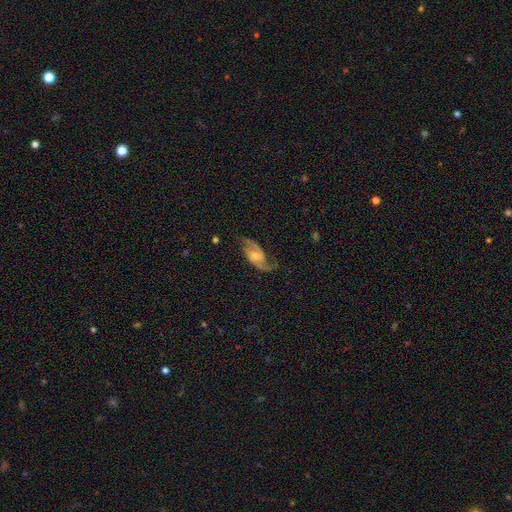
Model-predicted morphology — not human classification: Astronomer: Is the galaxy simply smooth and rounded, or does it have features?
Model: featured or disk — 85%.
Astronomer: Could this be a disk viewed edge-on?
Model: no — 96%.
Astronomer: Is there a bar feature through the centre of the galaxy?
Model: no — 55% (runner-up: weak, 36%).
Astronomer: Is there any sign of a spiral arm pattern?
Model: yes — 97%.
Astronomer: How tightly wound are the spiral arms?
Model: medium — 50% (runner-up: loose, 33%).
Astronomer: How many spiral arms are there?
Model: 2 — 91%.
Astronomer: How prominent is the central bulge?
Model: moderate — 51% (runner-up: small, 36%).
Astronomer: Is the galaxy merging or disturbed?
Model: none — 75%.